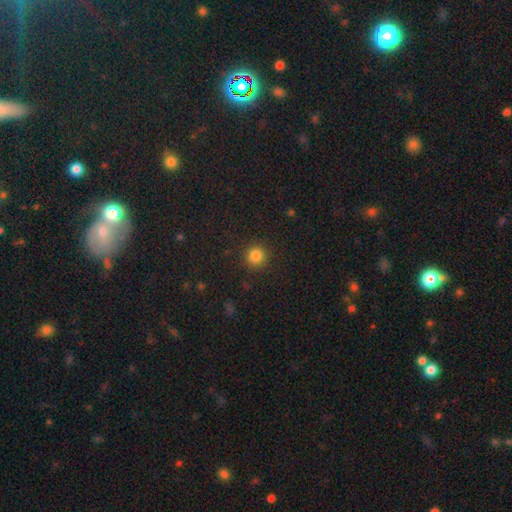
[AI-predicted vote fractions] A smooth galaxy with no disk features (84%) that is round (94%).

Vote fractions:
- Smooth or featured? smooth: 84% / star or artifact: 12% / featured or disk: 4%
- How rounded? round: 94% / in between: 5% / cigar-shaped: 1%
- Merging? none: 91% / minor disturbance: 5% / major disturbance: 2% / merger: 1%